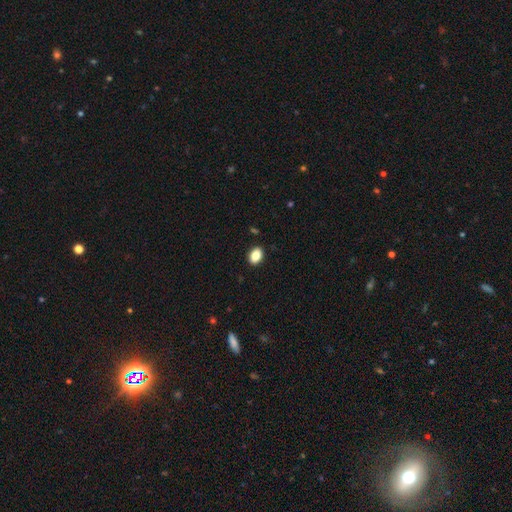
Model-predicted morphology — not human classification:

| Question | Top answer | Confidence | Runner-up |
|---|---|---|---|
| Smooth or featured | smooth | 86% | star or artifact (8%) |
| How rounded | in between | 80% | round (19%) |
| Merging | none | 90% | minor disturbance (7%) |